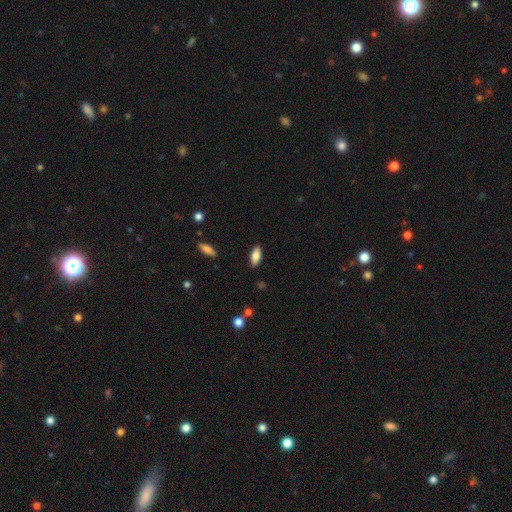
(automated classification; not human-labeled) This is likely a smooth galaxy (79%). How rounded: likely in between (80%). Merging: clearly none (88%).